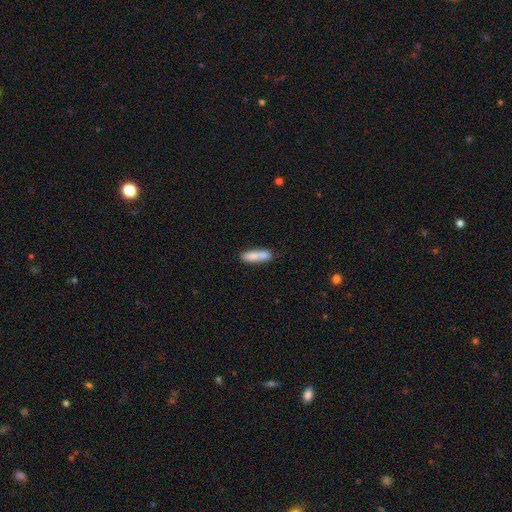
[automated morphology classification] A smooth galaxy with no disk features (79%) that is cigar-shaped (65%). Merging: none (62%).